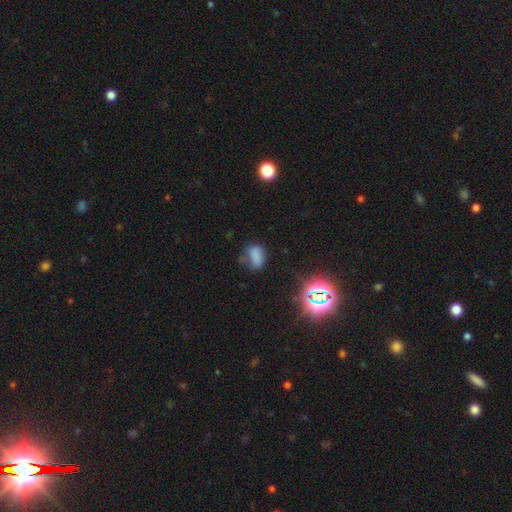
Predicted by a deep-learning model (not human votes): Smooth or featured?
  - smooth: 71% *
  - star or artifact: 19%
  - featured or disk: 10%
How rounded?
  - in between: 82% *
  - round: 14%
  - cigar-shaped: 3%
Merging?
  - none: 52% *
  - minor disturbance: 29%
  - major disturbance: 14%
  - merger: 5%